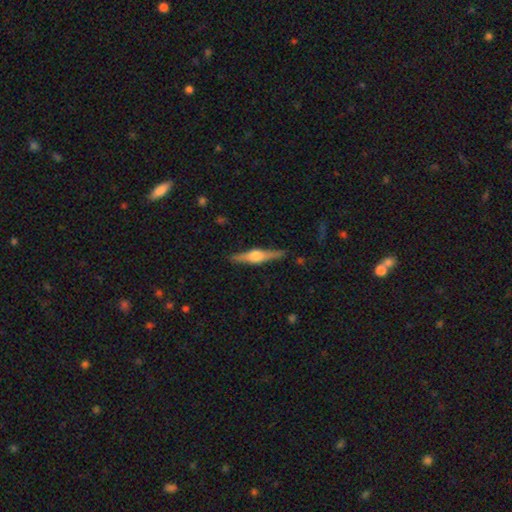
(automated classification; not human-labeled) Q: Smooth or featured?
A: featured or disk (75%); runner-up: smooth (20%)
Q: Edge-on disk?
A: yes (98%); runner-up: no (2%)
Q: Edge-on bulge?
A: rounded (92%); runner-up: boxy (6%)
Q: Merging?
A: none (88%); runner-up: minor disturbance (9%)